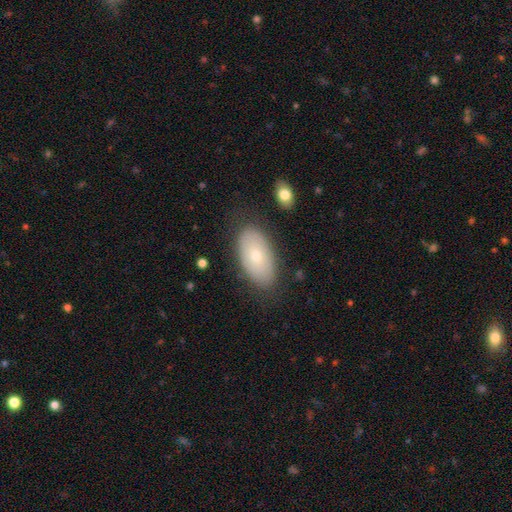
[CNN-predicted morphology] smooth 66%, featured or disk 27%, star or artifact 7%. Down the decision tree: how rounded — in between (94%); merging — none (80%).